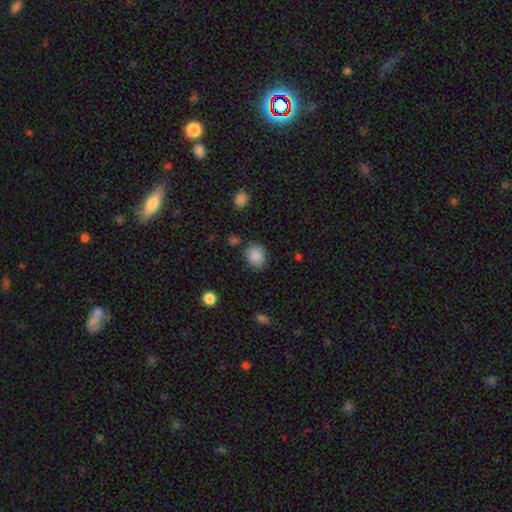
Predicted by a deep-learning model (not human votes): This appears to be a smooth galaxy with no disk features (87%) that is round (59%). Merging: none (81%).